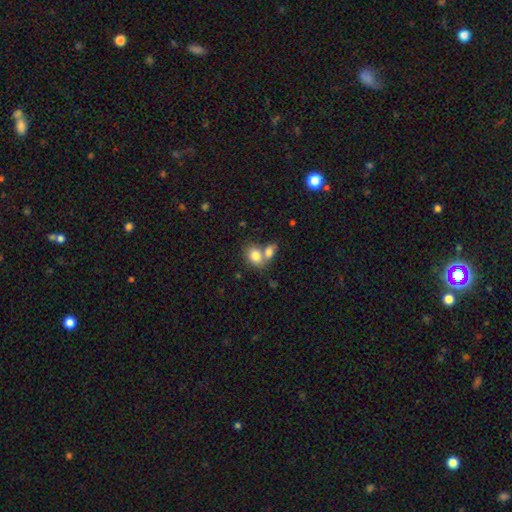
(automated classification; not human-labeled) This is clearly a smooth galaxy (81%). How rounded: likely in between (63%). Merging: possibly merger (54%).